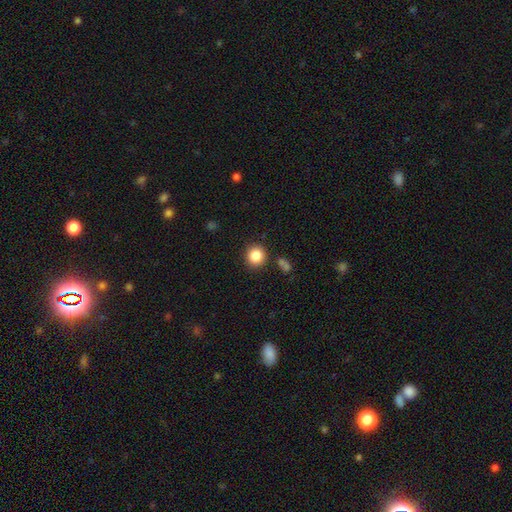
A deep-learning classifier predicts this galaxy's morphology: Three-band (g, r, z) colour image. It shows a smooth galaxy with no disk features (85%) that is round (91%). Merging: none (86%).